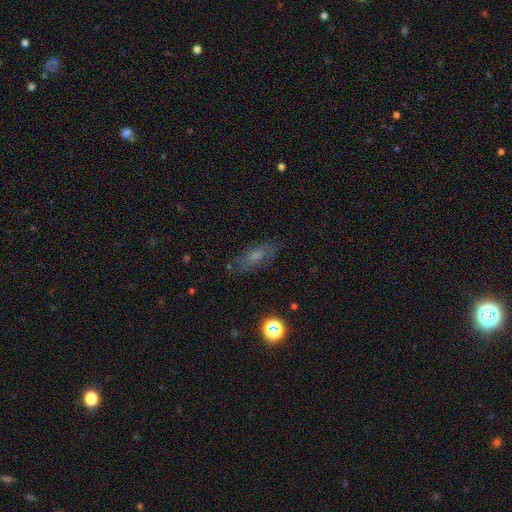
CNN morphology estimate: smooth-or-featured: smooth: 48% | featured or disk: 36% | star or artifact: 16%
  merging: none: 77% | minor disturbance: 16% | major disturbance: 5% | merger: 2%